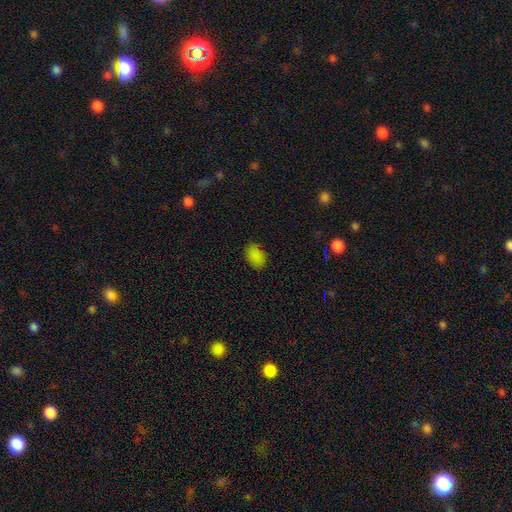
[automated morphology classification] Smooth or featured? Predicted: smooth (p=0.84). How rounded? Predicted: in between (p=0.82). Merging? Predicted: none (p=0.81).